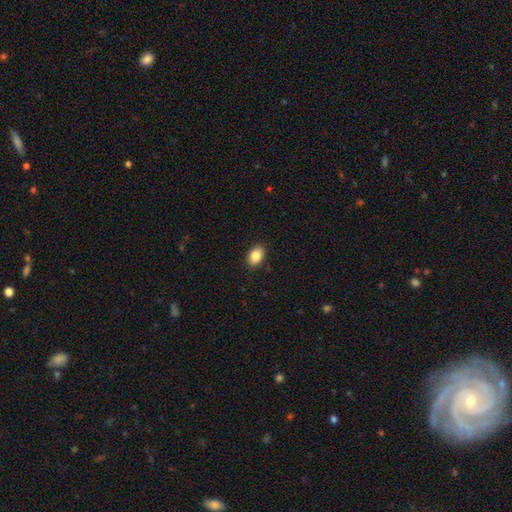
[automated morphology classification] Overall: smooth (87%). How rounded: in between (81%). Merging: none (89%).